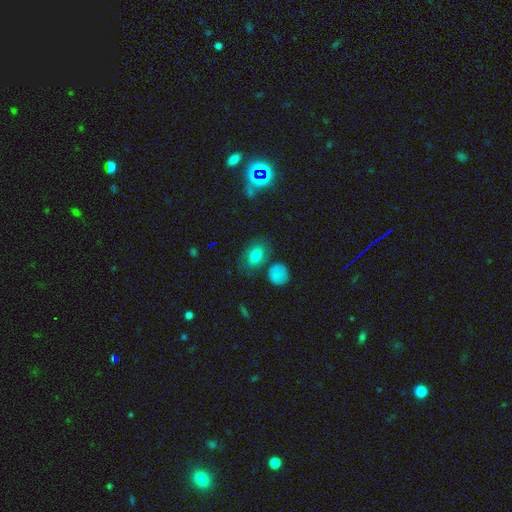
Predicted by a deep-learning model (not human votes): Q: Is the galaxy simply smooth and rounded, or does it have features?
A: smooth — 74%.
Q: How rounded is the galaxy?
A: in between — 81%.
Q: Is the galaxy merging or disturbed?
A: none — 70%.